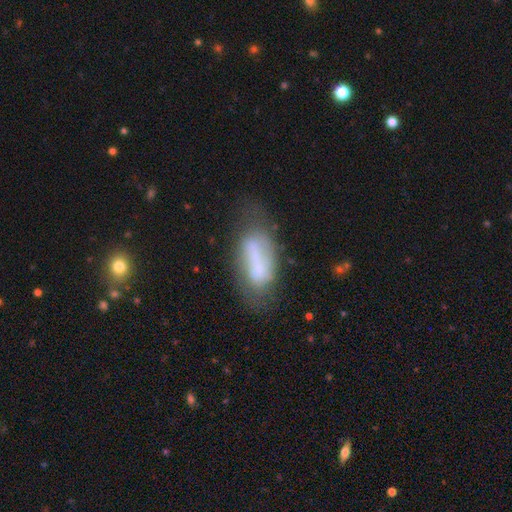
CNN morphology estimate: A smooth galaxy with no disk features (53%) that is in between round and cigar-shaped (77%). Merging: none (42%).